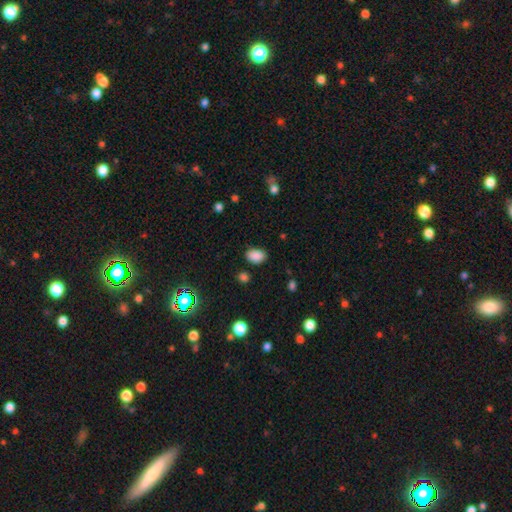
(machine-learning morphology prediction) A smooth galaxy with no disk features (86%) that is in between round and cigar-shaped (83%).

Vote fractions:
- Smooth or featured? smooth: 86% / star or artifact: 10% / featured or disk: 3%
- How rounded? in between: 83% / round: 16% / cigar-shaped: 1%
- Merging? none: 82% / minor disturbance: 13% / major disturbance: 3% / merger: 2%